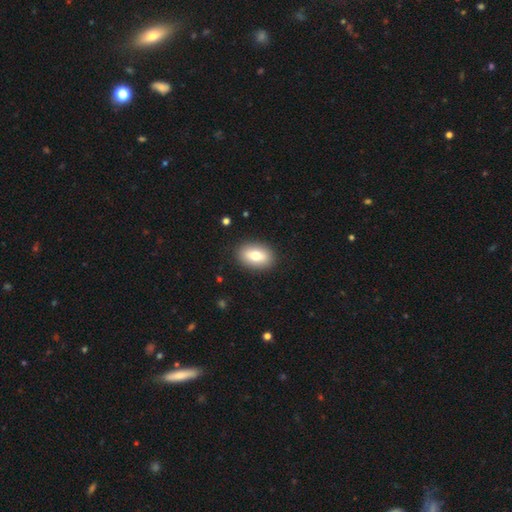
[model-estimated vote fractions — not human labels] A smooth galaxy with no disk features (76%) that is in between round and cigar-shaped (85%).

Vote fractions:
- Smooth or featured? smooth: 76% / featured or disk: 17% / star or artifact: 7%
- How rounded? in between: 85% / round: 14% / cigar-shaped: 2%
- Merging? none: 89% / minor disturbance: 8% / major disturbance: 2% / merger: 1%